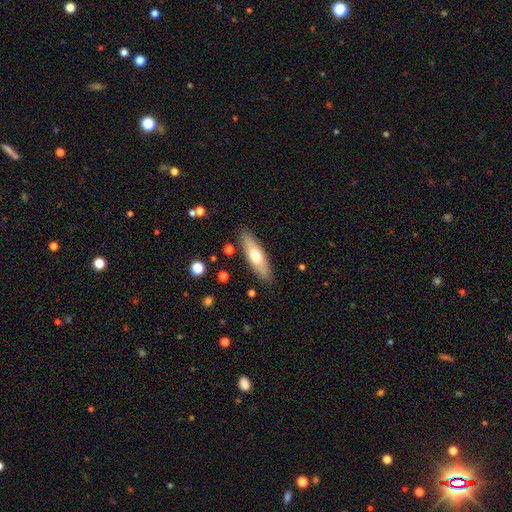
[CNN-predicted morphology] smooth_or_featured: smooth (p=0.59) [alt: featured or disk p=0.36]
how_rounded: cigar-shaped (p=0.50) [alt: in between p=0.47]
merging: none (p=0.87) [alt: minor disturbance p=0.09]